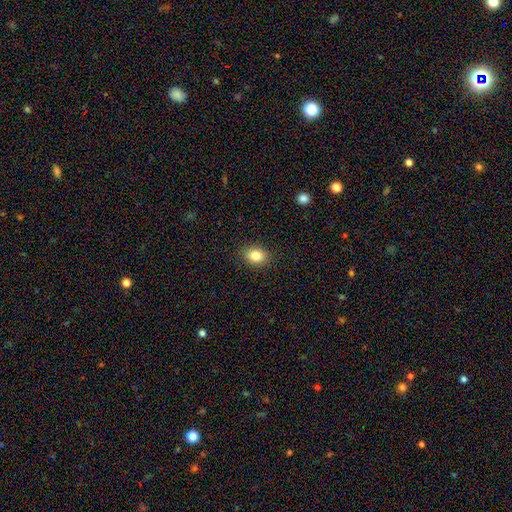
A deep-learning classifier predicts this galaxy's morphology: A smooth galaxy with no disk features (84%) that is in between round and cigar-shaped (60%). Merging: none (89%).